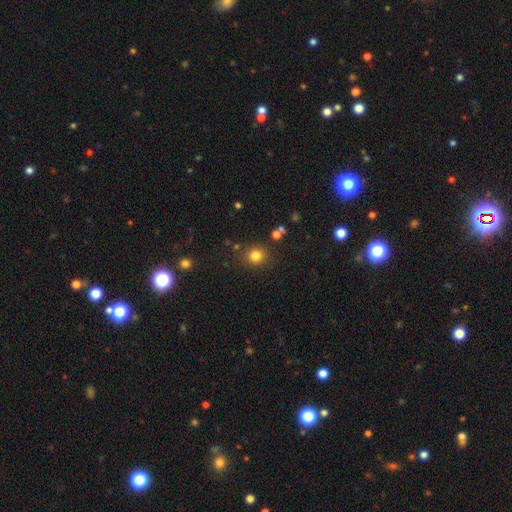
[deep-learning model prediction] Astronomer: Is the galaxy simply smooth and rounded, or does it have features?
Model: smooth — 81%.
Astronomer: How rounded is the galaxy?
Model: round — 85%.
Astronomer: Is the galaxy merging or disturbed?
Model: none — 83%.